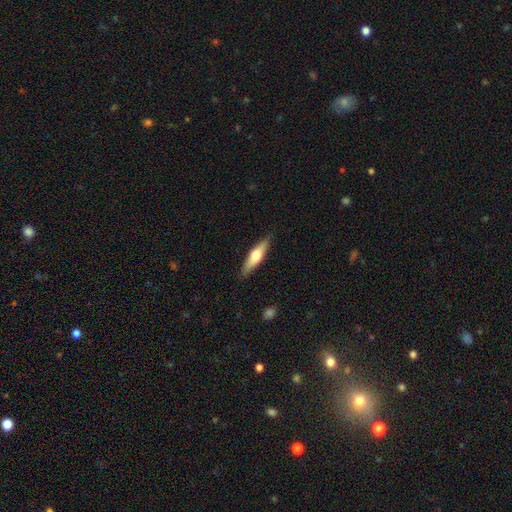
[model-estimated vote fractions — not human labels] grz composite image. It shows a smooth galaxy with no disk features (51%) that is cigar-shaped (68%). Merging: none (88%).